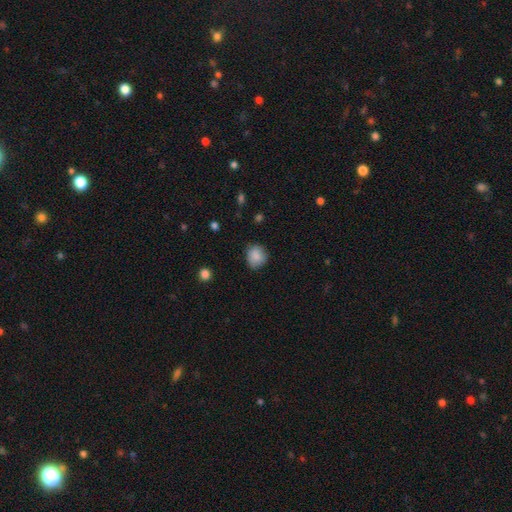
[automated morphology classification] Q: Smooth or featured?
A: smooth (85%); runner-up: star or artifact (8%)
Q: How rounded?
A: round (77%); runner-up: in between (22%)
Q: Merging?
A: none (75%); runner-up: minor disturbance (19%)